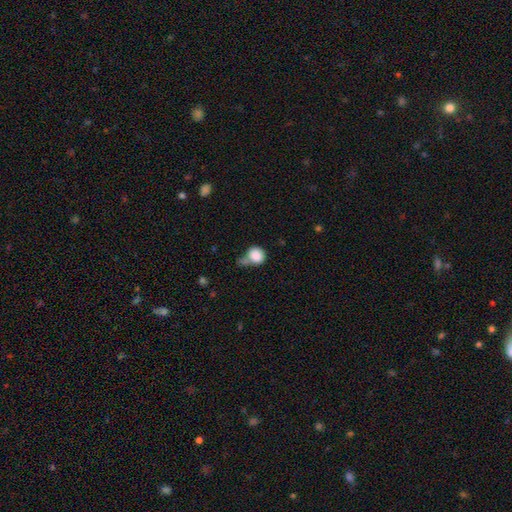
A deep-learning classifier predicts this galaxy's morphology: type=smooth (86%); roundness=round (77%); merging=none (42%).